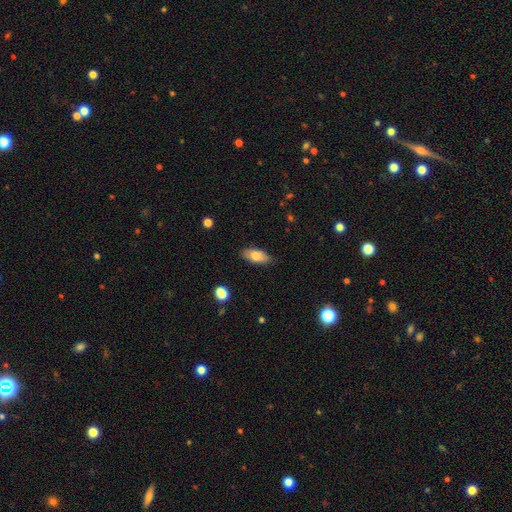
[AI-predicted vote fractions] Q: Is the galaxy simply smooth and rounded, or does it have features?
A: smooth — 72%.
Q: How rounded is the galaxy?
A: in between — 88%.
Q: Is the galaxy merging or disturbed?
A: none — 82%.